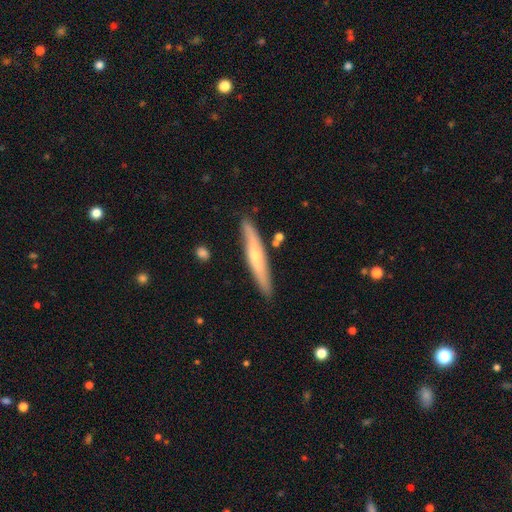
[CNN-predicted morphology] A featured or disk galaxy (52%) viewed edge-on (88%). Merging: none (84%).